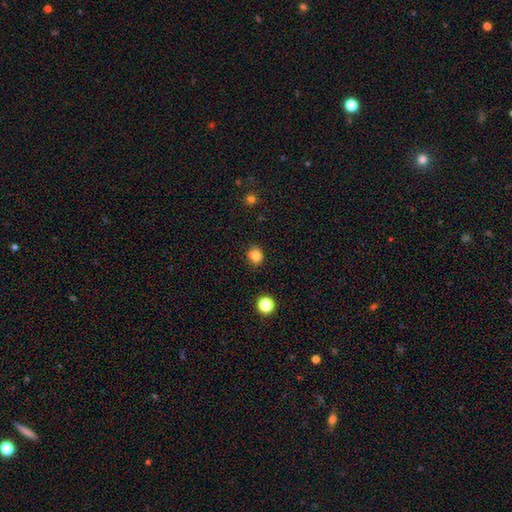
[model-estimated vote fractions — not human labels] smooth-or-featured: smooth: 81% | star or artifact: 13% | featured or disk: 6%
  how-rounded: round: 65% | in between: 34% | cigar-shaped: 1%
  merging: none: 68% | minor disturbance: 20% | merger: 7% | major disturbance: 4%